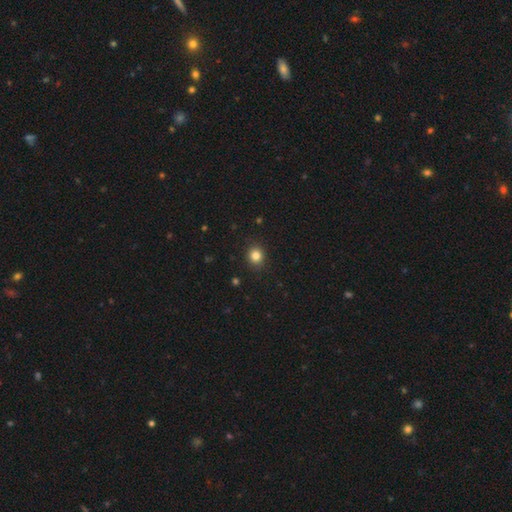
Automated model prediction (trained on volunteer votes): smooth_or_featured: smooth (p=0.83) [alt: star or artifact p=0.12]
how_rounded: round (p=0.81) [alt: in between p=0.18]
merging: none (p=0.90) [alt: minor disturbance p=0.07]